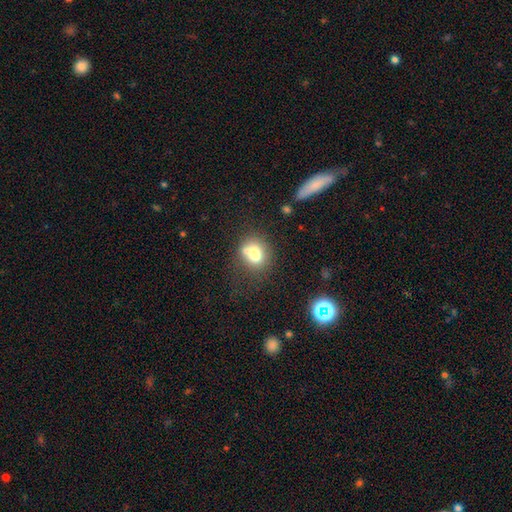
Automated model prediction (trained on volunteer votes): smooth-or-featured: smooth: 68% | featured or disk: 21% | star or artifact: 12%
  how-rounded: round: 67% | in between: 32% | cigar-shaped: 1%
  merging: none: 43% | merger: 36% | minor disturbance: 14% | major disturbance: 6%